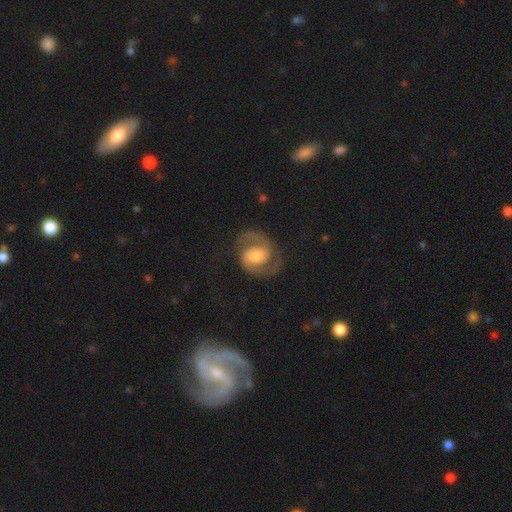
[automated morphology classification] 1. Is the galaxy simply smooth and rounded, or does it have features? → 86% featured or disk, 9% smooth, 6% star or artifact.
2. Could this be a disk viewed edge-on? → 98% no, 2% yes.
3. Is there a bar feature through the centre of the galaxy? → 50% no, 37% weak, 12% strong.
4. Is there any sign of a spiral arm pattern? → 97% yes, 3% no.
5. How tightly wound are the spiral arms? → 57% medium, 29% tight, 15% loose.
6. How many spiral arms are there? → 93% 2, 2% can't tell, 2% 1, 1% 3, 1% 4, 1% more than 4.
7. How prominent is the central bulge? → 48% moderate, 23% large, 22% small, 4% none, 3% dominant.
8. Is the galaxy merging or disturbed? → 77% none, 13% minor disturbance, 8% major disturbance, 1% merger.